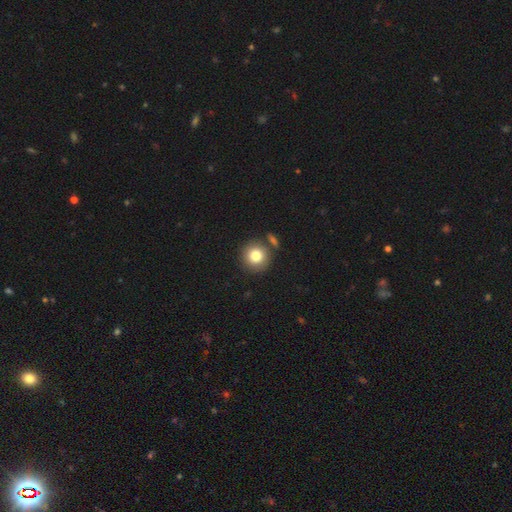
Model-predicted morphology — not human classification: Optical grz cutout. It shows a smooth galaxy with no disk features (81%) that is round (93%). Merging: none (79%).